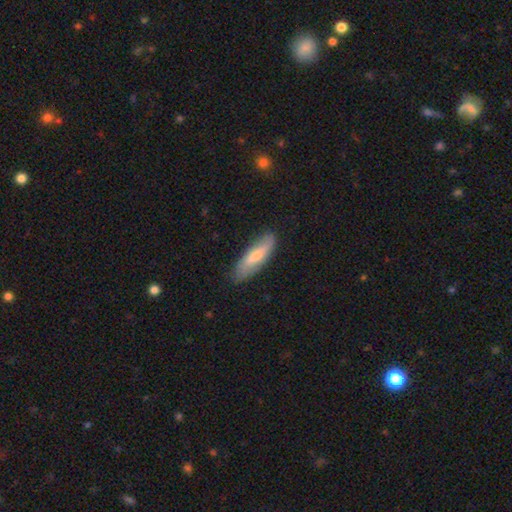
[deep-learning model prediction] A smooth galaxy with no disk features (66%) that is cigar-shaped (55%). Merging: none (80%).